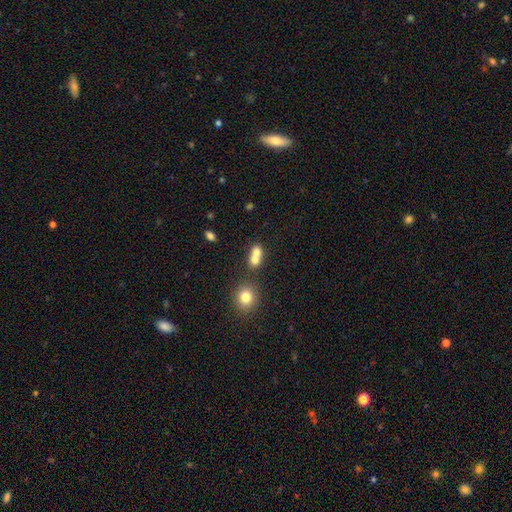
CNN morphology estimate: Smooth or featured? Predicted: smooth (p=0.73). How rounded? Predicted: in between (p=0.51). Merging? Predicted: merger (p=0.63).